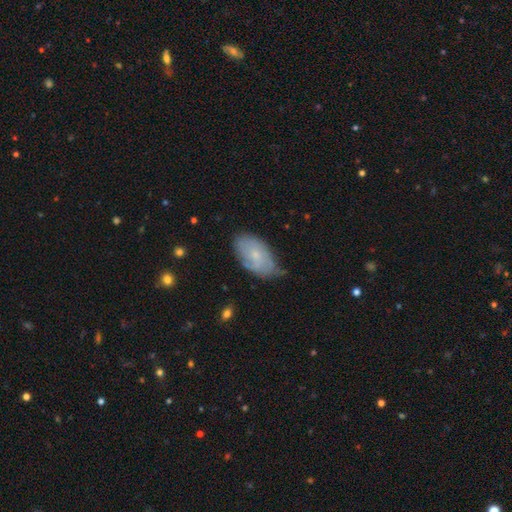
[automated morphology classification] Smooth or featured: smooth — 52% (featured or disk — 41%)
How rounded: in between — 93% (round — 5%)
Merging: none — 55% (minor disturbance — 35%)